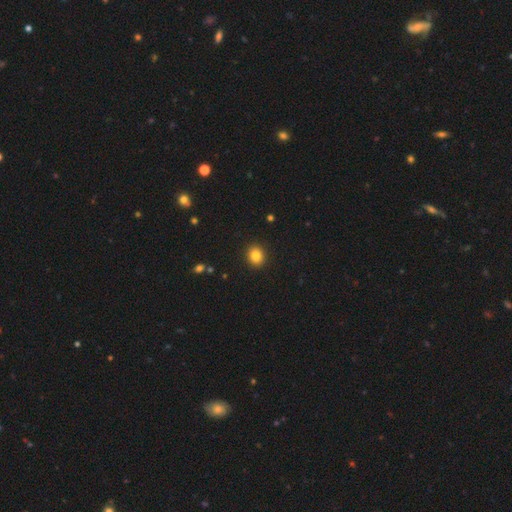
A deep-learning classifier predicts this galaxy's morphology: smooth_or_featured: smooth (p=0.84) [alt: star or artifact p=0.11]
how_rounded: round (p=0.75) [alt: in between p=0.24]
merging: none (p=0.92) [alt: minor disturbance p=0.05]